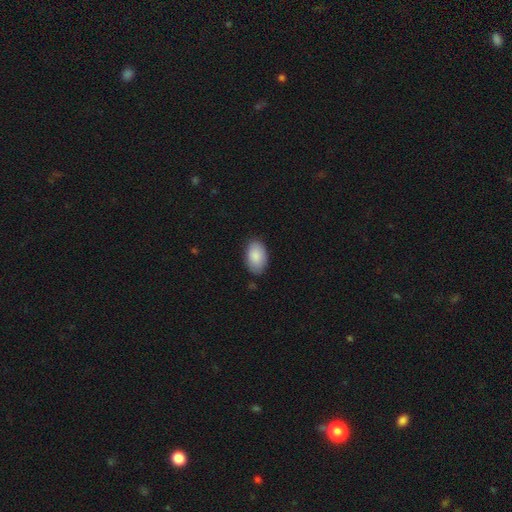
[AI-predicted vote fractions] This is clearly a smooth galaxy (88%). How rounded: clearly in between (94%). Merging: clearly none (83%).